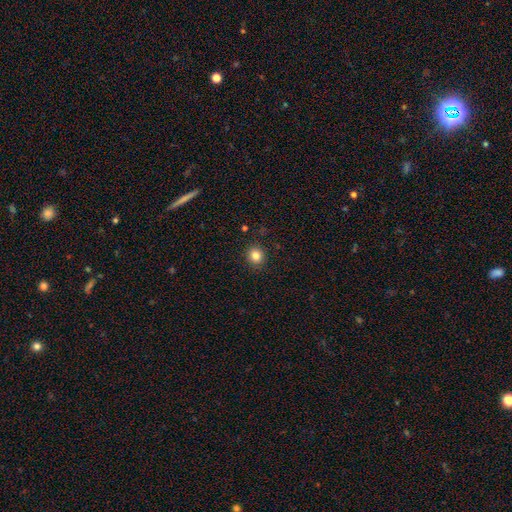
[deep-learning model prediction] A smooth galaxy with no disk features (83%) that is round (86%).

Vote fractions:
- Smooth or featured? smooth: 83% / star or artifact: 11% / featured or disk: 6%
- How rounded? round: 86% / in between: 13% / cigar-shaped: 1%
- Merging? none: 90% / minor disturbance: 7% / major disturbance: 2% / merger: 1%